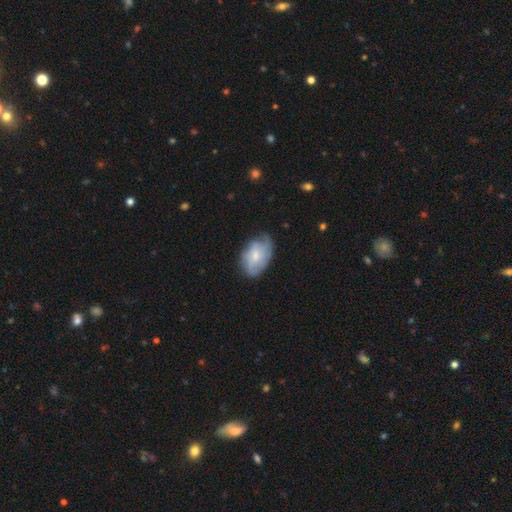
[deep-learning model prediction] Overall: smooth (50%; featured or disk 43%). How rounded: in between (88%). Merging: none (56%; minor disturbance 32%).